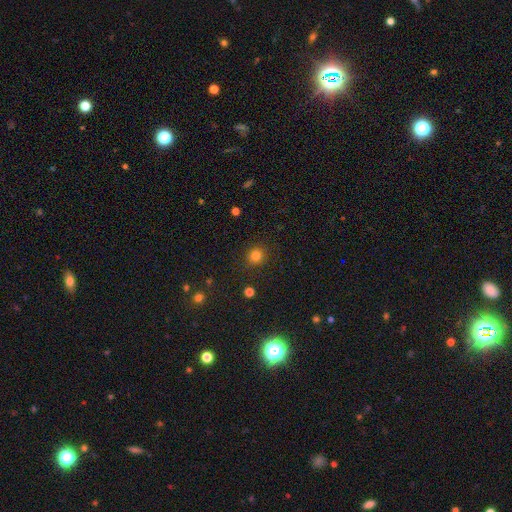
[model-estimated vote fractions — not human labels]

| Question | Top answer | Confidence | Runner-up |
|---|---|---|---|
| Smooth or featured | smooth | 81% | star or artifact (14%) |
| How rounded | round | 91% | in between (8%) |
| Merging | none | 89% | minor disturbance (7%) |